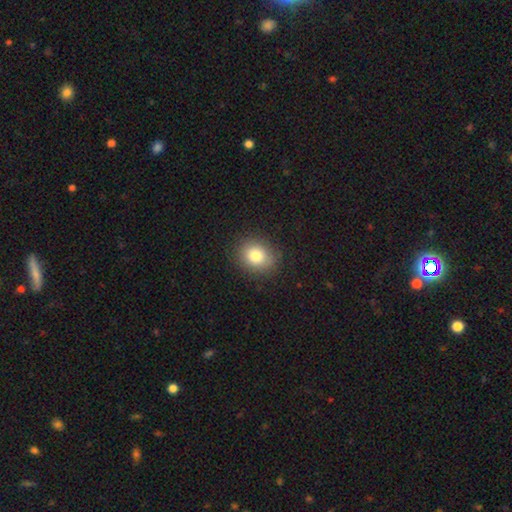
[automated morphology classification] The model was most divided on "how rounded": round: 61%, in between: 38%, cigar-shaped: 1%. More confident: merging — none (87%); smooth or featured — smooth (81%).